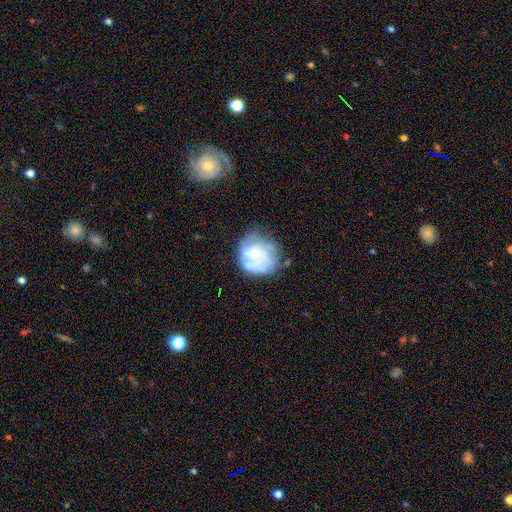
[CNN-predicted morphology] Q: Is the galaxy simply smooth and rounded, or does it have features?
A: featured or disk — 69%.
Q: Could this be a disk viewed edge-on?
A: no — 98%.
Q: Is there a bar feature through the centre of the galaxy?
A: no — 67%.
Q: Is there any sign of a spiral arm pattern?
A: yes — 81%.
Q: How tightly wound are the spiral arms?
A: tight — 49%.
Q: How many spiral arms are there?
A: can't tell — 35%.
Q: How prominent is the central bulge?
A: small — 46%.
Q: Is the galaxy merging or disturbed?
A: none — 59%.